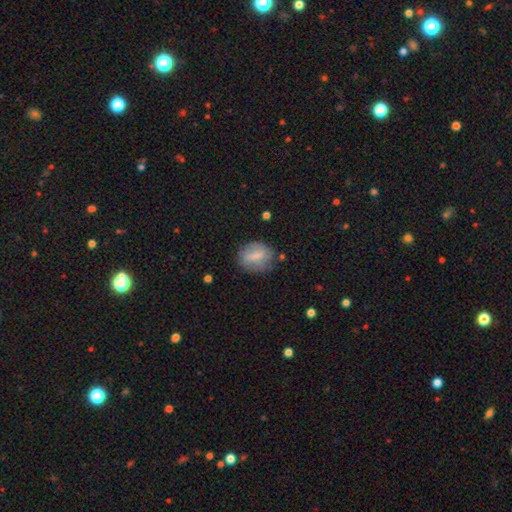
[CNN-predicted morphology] This is likely a smooth galaxy (72%). How rounded: possibly in between (53%). Merging: likely none (69%).